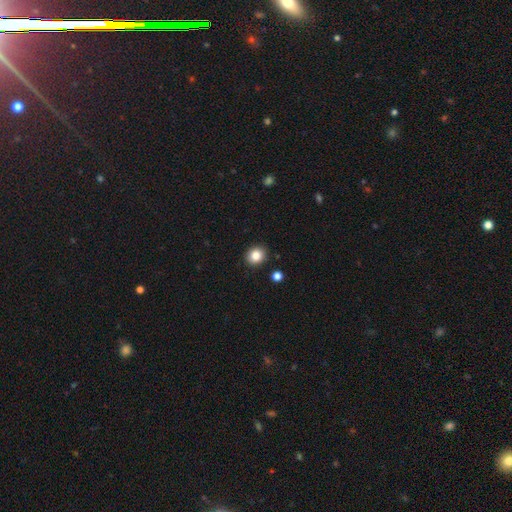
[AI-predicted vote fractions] smooth_or_featured: smooth (p=0.85) [alt: star or artifact p=0.10]
how_rounded: round (p=0.78) [alt: in between p=0.22]
merging: none (p=0.90) [alt: minor disturbance p=0.06]